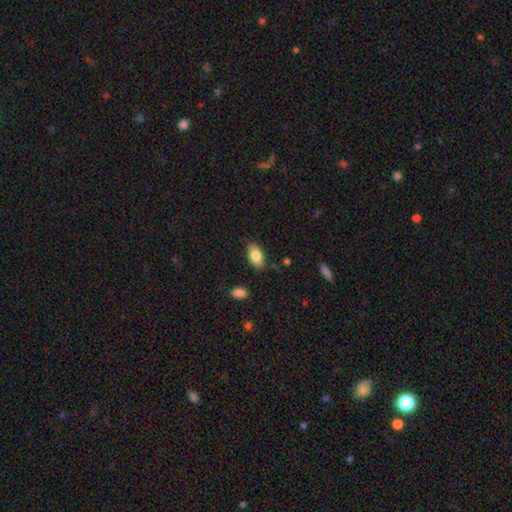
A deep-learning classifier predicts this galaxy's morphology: This is clearly a smooth galaxy (83%). How rounded: clearly in between (93%). Merging: clearly none (83%).